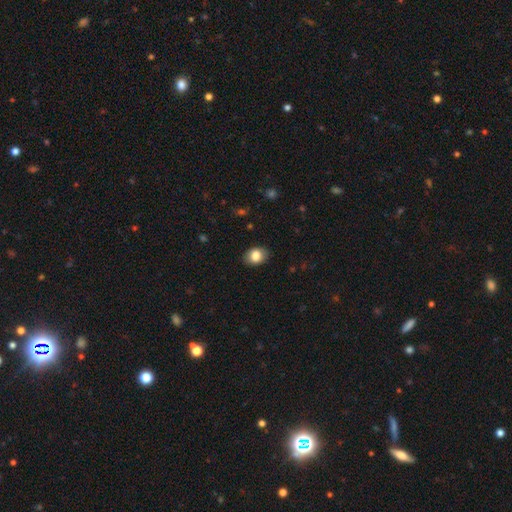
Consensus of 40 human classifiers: Smooth or featured? smooth (82%)
How rounded? in between (58%)
Merging? none (92%)